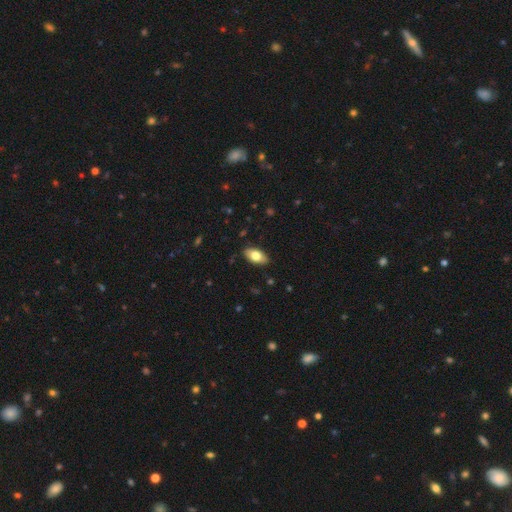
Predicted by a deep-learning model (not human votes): Overall: smooth (78%). How rounded: in between (92%). Merging: none (88%).